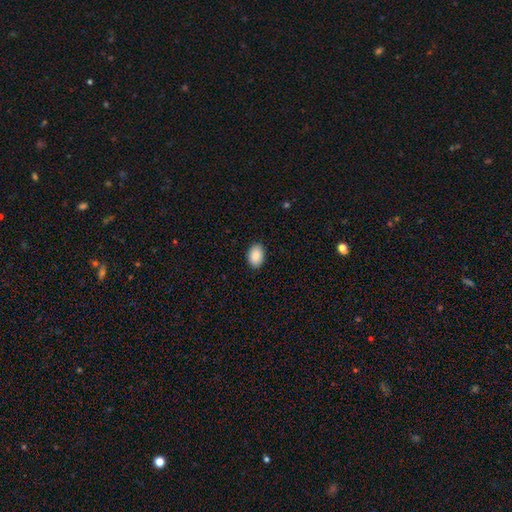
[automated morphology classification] smooth-or-featured: smooth: 88% | star or artifact: 7% | featured or disk: 5%
  how-rounded: in between: 86% | round: 13% | cigar-shaped: 1%
  merging: none: 89% | minor disturbance: 8% | major disturbance: 2% | merger: 1%